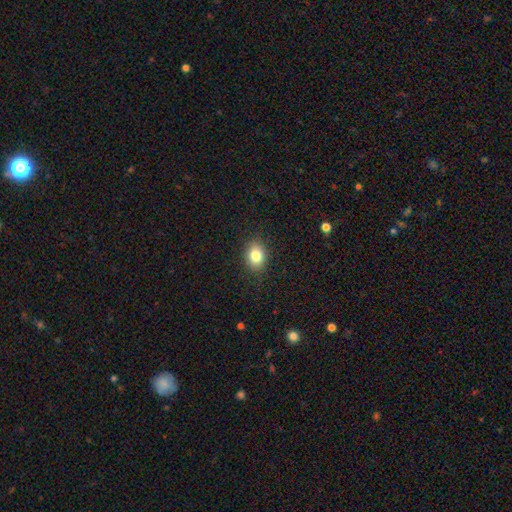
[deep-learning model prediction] smooth-or-featured: smooth: 82% | star or artifact: 10% | featured or disk: 8%
  how-rounded: in between: 60% | round: 39% | cigar-shaped: 1%
  merging: none: 87% | minor disturbance: 10% | major disturbance: 3% | merger: 1%